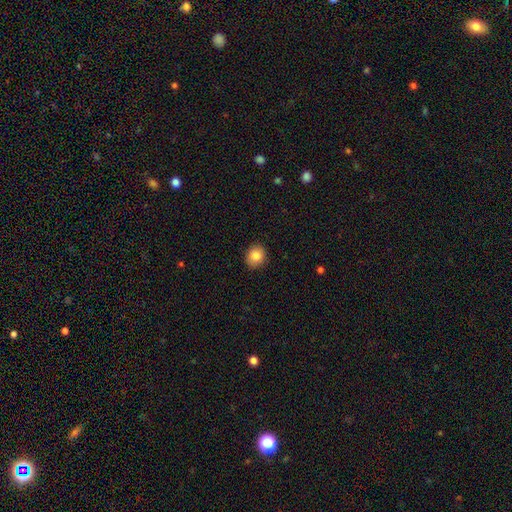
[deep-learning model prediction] Morphology: type=smooth (85%); roundness=round (68%); merging=none (90%).